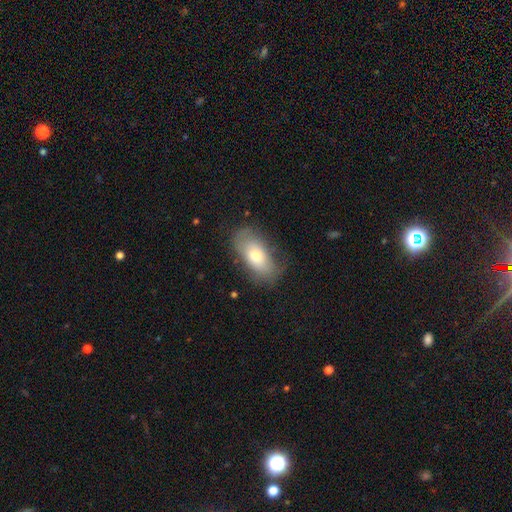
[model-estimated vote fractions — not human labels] Q: Smooth or featured?
A: smooth (67%); runner-up: featured or disk (26%)
Q: How rounded?
A: in between (91%); runner-up: cigar-shaped (5%)
Q: Merging?
A: none (68%); runner-up: minor disturbance (23%)